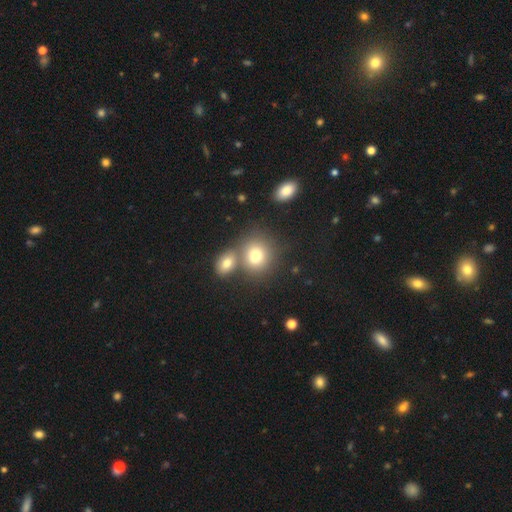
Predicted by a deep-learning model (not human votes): This appears to be a smooth galaxy with no disk features (77%) that is round (71%). Merging: none (50%).